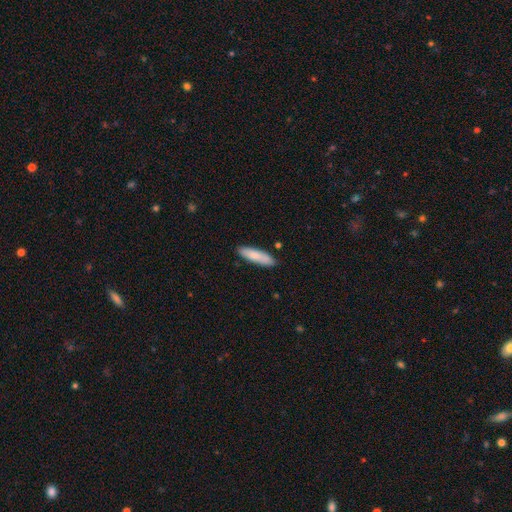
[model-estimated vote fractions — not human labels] Q: Smooth or featured?
A: smooth (84%); runner-up: featured or disk (11%)
Q: How rounded?
A: cigar-shaped (66%); runner-up: in between (33%)
Q: Merging?
A: none (86%); runner-up: minor disturbance (10%)